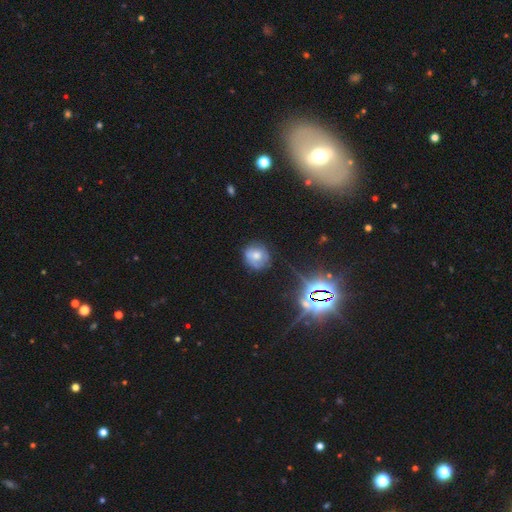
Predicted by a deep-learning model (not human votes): The model was most divided on "smooth or featured": smooth: 45%, star or artifact: 28%, featured or disk: 26%. More confident: merging — none (76%).